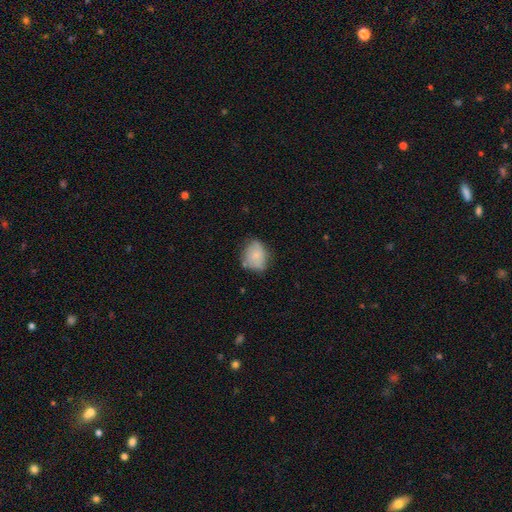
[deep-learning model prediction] Smooth or featured?
  - smooth: 72% *
  - featured or disk: 20%
  - star or artifact: 8%
How rounded?
  - round: 51% *
  - in between: 48%
  - cigar-shaped: 1%
Merging?
  - none: 57% *
  - minor disturbance: 30%
  - major disturbance: 8%
  - merger: 4%